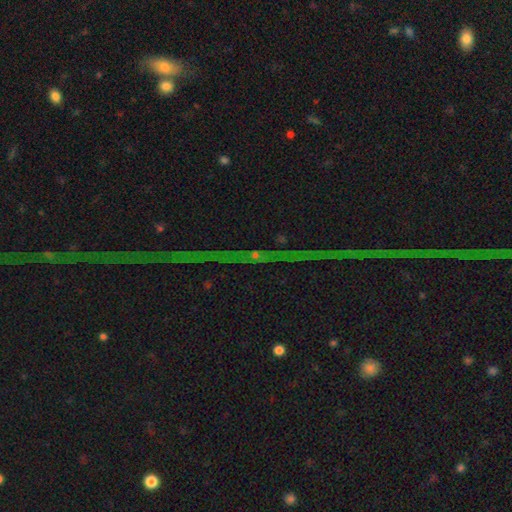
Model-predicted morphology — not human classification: This is likely a star or artifact rather than a galaxy (71%).